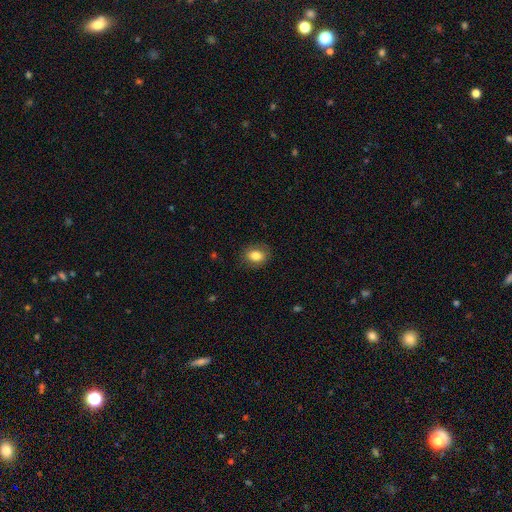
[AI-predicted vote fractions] A smooth galaxy with no disk features (82%) that is in between round and cigar-shaped (60%). Merging: none (85%).